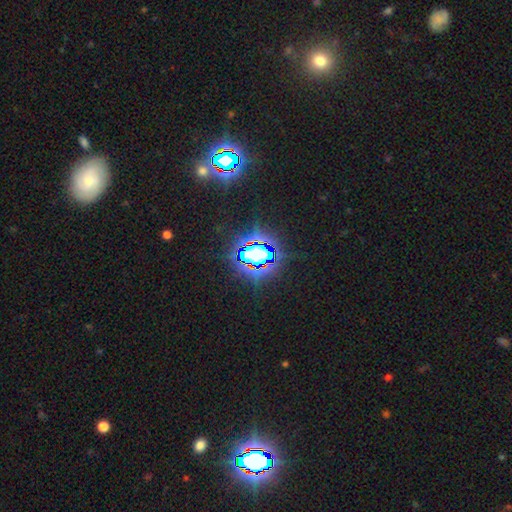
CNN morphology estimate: A star or artifact, not a galaxy (76%).

Vote fractions:
- Smooth or featured? star or artifact: 76% / smooth: 14% / featured or disk: 10%